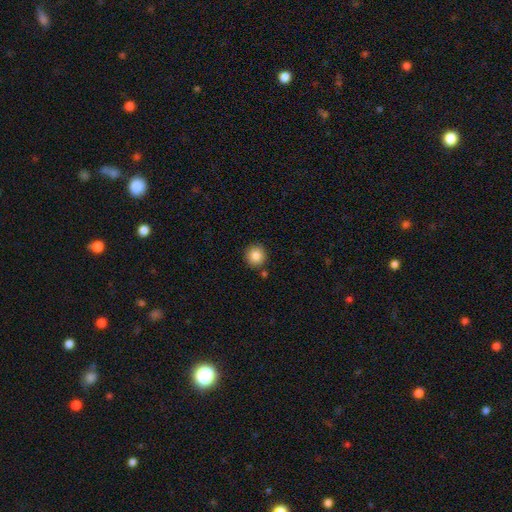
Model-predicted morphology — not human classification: type=smooth (85%); roundness=round (95%); merging=none (87%).